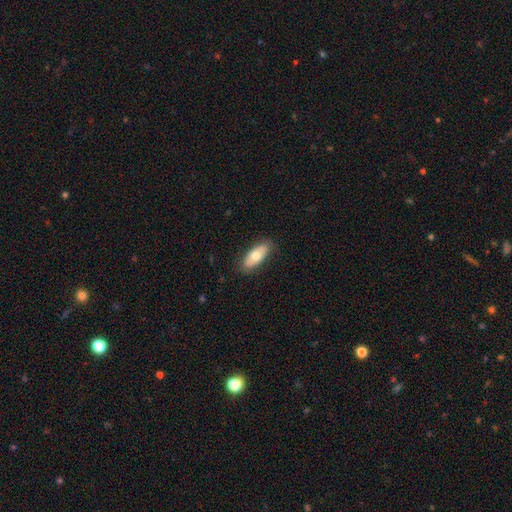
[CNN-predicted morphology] A smooth galaxy with no disk features (65%) that is in between round and cigar-shaped (84%).

Vote fractions:
- Smooth or featured? smooth: 65% / featured or disk: 30% / star or artifact: 6%
- How rounded? in between: 84% / cigar-shaped: 13% / round: 3%
- Merging? none: 84% / minor disturbance: 12% / major disturbance: 3% / merger: 1%